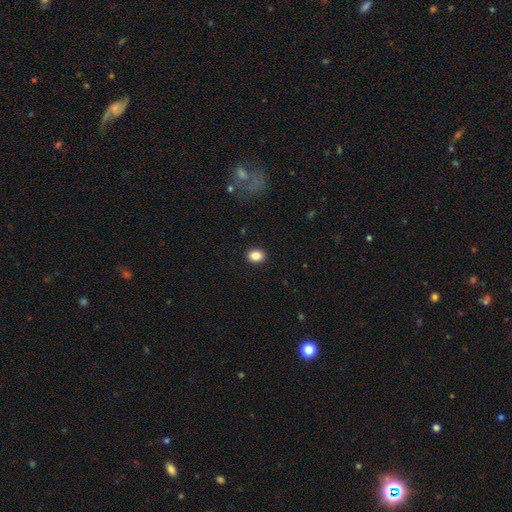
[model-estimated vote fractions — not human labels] A smooth galaxy with no disk features (86%) that is in between round and cigar-shaped (59%). Merging: none (90%).